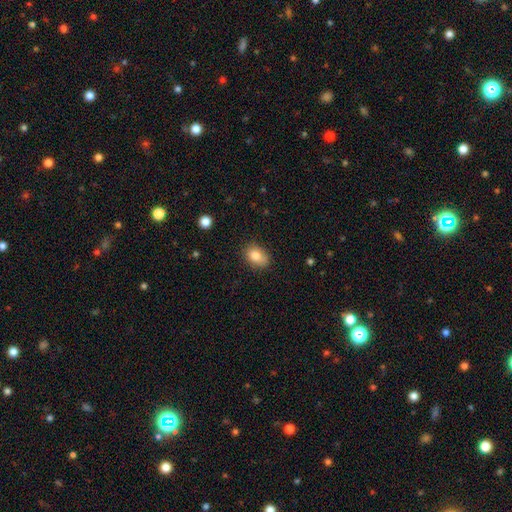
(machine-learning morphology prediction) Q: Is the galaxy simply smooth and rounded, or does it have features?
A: smooth — 83%.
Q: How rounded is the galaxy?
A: in between — 79%.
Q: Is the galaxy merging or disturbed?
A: none — 80%.